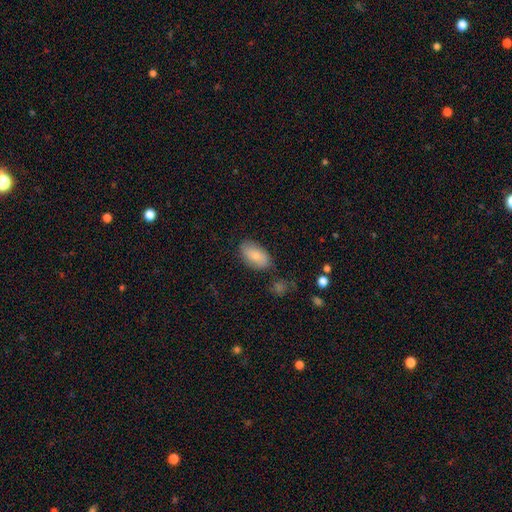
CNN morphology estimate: This is clearly a smooth galaxy (80%). How rounded: clearly in between (94%). Merging: likely none (77%).